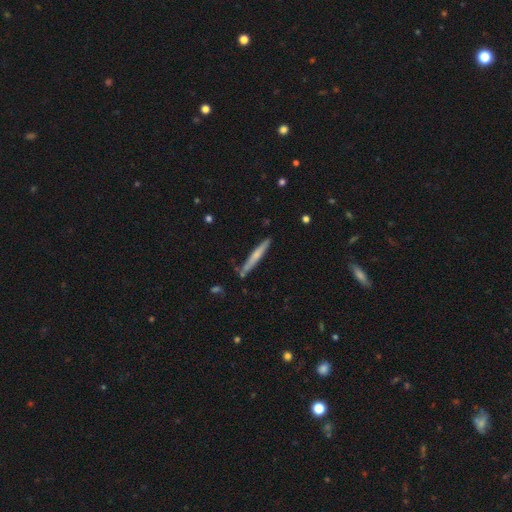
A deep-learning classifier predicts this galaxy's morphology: A smooth galaxy with no disk features (51%) that is cigar-shaped (96%).

Vote fractions:
- Smooth or featured? smooth: 51% / featured or disk: 43% / star or artifact: 6%
- How rounded? cigar-shaped: 96% / in between: 3% / round: 1%
- Merging? none: 83% / minor disturbance: 12% / merger: 3% / major disturbance: 2%